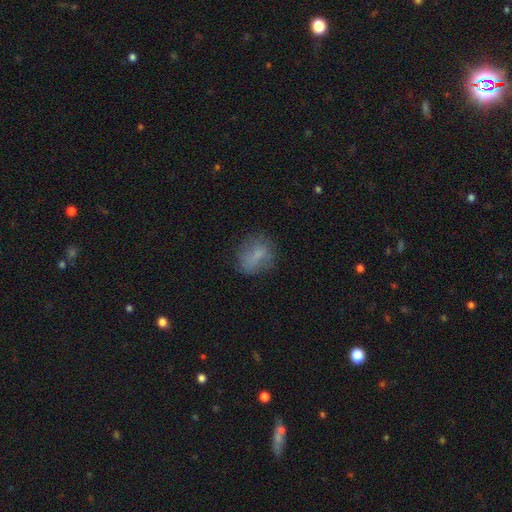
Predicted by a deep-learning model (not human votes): Smooth or featured: smooth — 66% (featured or disk — 23%)
How rounded: round — 49% (tied with in between — 49%)
Merging: none — 64% (minor disturbance — 23%)